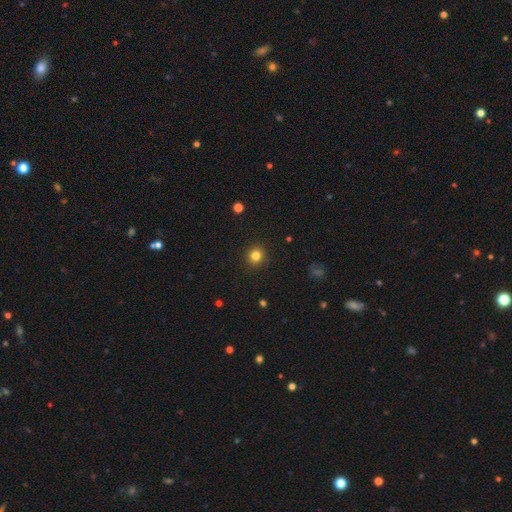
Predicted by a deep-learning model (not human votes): A smooth galaxy with no disk features (82%) that is round (90%). Merging: none (92%).